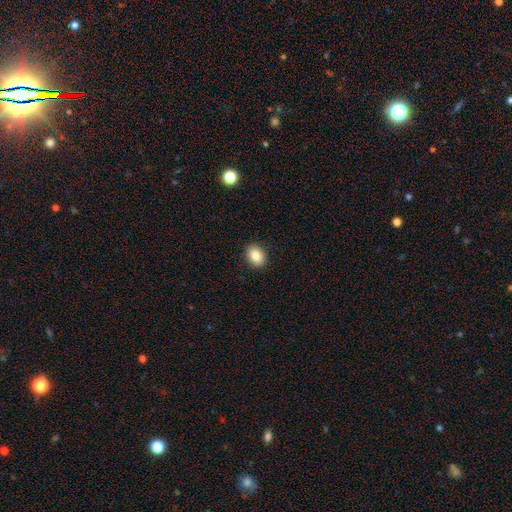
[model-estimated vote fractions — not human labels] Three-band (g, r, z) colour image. It shows a smooth galaxy with no disk features (86%) that is in between round and cigar-shaped (69%). Merging: none (90%).